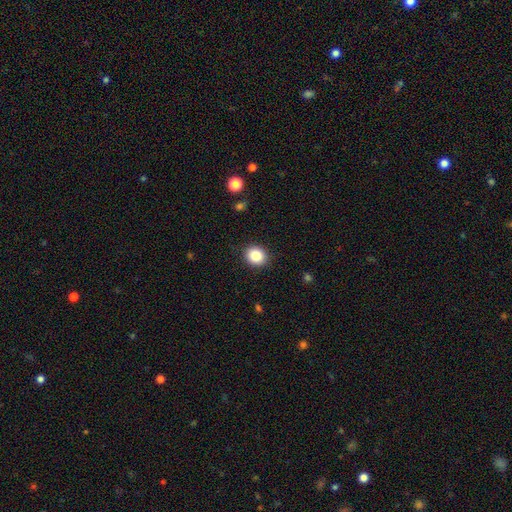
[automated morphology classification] smooth-or-featured: smooth: 85% | star or artifact: 10% | featured or disk: 5%
  how-rounded: round: 72% | in between: 28% | cigar-shaped: 1%
  merging: none: 90% | minor disturbance: 7% | major disturbance: 2% | merger: 1%